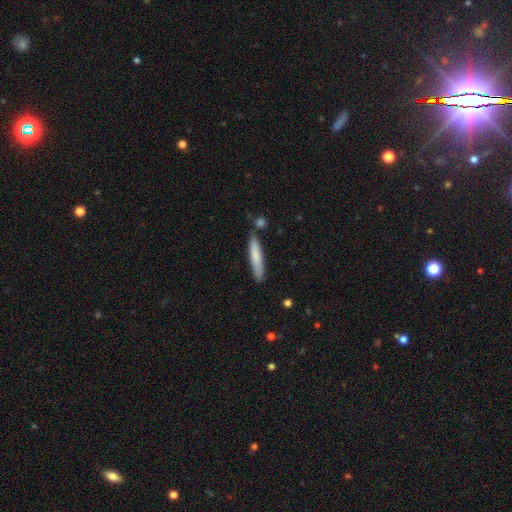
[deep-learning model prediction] A smooth galaxy with no disk features (76%) that is cigar-shaped (90%). Merging: none (79%).